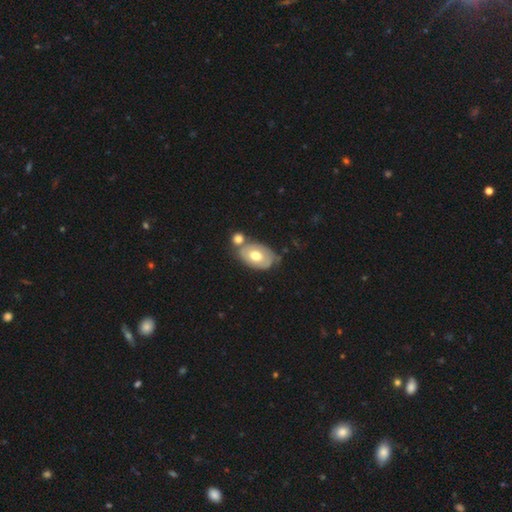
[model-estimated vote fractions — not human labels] A smooth galaxy with no disk features (49%).

Vote fractions:
- Smooth or featured? smooth: 49% / featured or disk: 44% / star or artifact: 6%
- Merging? none: 47% / merger: 29% / minor disturbance: 18% / major disturbance: 6%